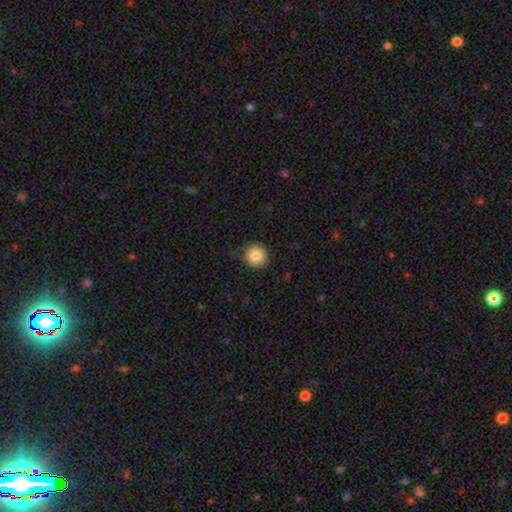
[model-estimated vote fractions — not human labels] Smooth or featured? smooth (85%)
How rounded? round (91%)
Merging? none (84%)